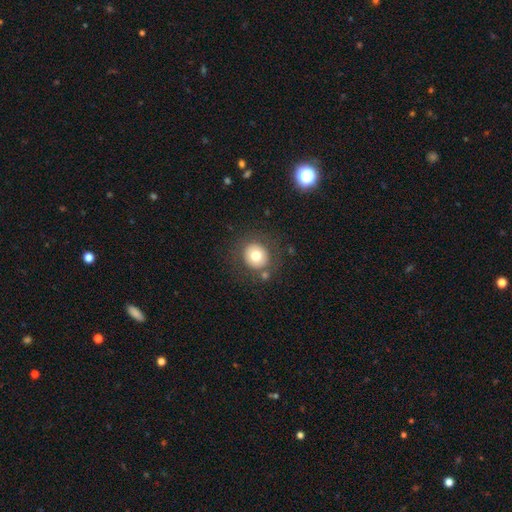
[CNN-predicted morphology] type=smooth (72%); roundness=round (90%); merging=none (81%).